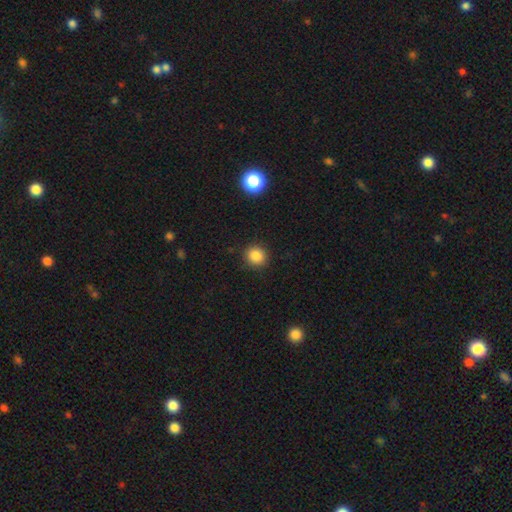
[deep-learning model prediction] smooth-or-featured: smooth: 85% | star or artifact: 11% | featured or disk: 4%
  how-rounded: round: 88% | in between: 11% | cigar-shaped: 1%
  merging: none: 91% | minor disturbance: 6% | major disturbance: 2% | merger: 1%